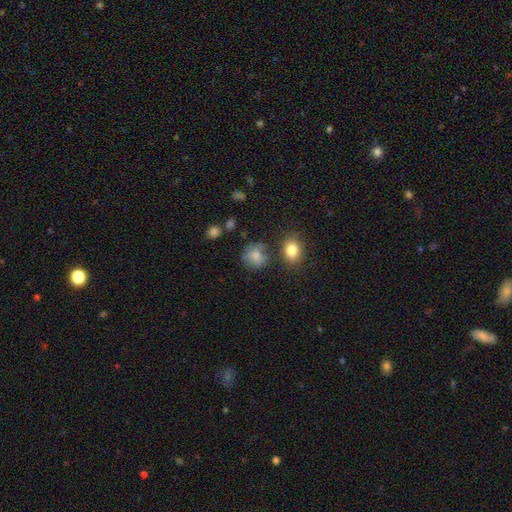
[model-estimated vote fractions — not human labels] smooth 79%, featured or disk 10%, star or artifact 10%. Down the decision tree: how rounded — round (75%); merging — none (65%).